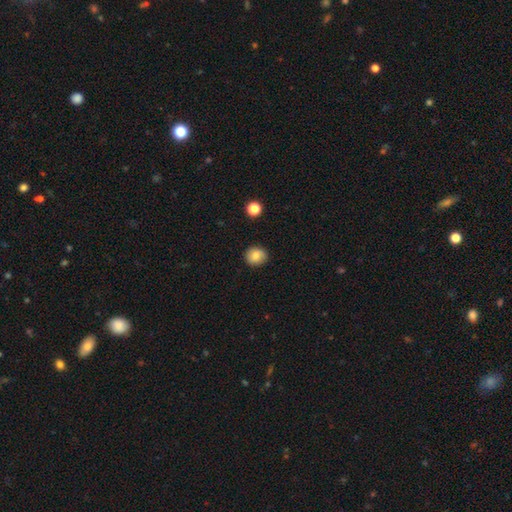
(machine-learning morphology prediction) type=smooth (80%); roundness=round (77%); merging=none (86%).